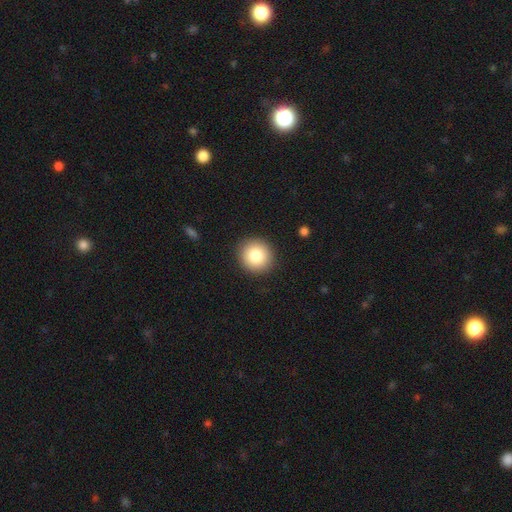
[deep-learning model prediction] Morphology: type=smooth (83%); roundness=round (92%); merging=none (91%).